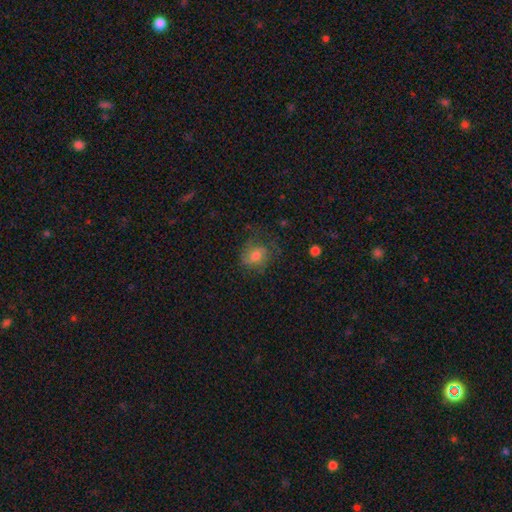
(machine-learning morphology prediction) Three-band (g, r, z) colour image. It shows a smooth galaxy with no disk features (59%) that is in between round and cigar-shaped (54%). Merging: none (55%).